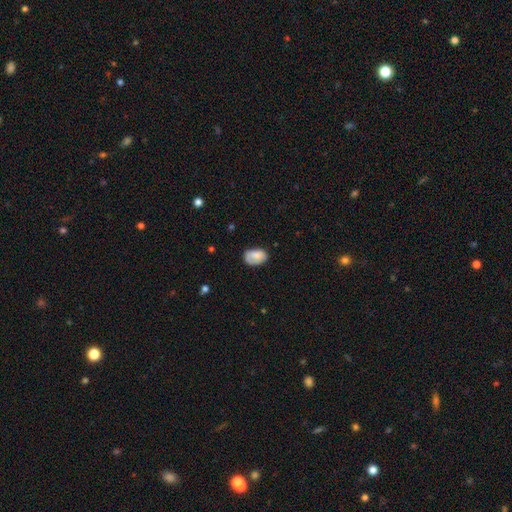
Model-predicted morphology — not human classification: Smooth or featured: smooth — 78% (featured or disk — 14%)
How rounded: in between — 86% (round — 13%)
Merging: none — 62% (minor disturbance — 27%)